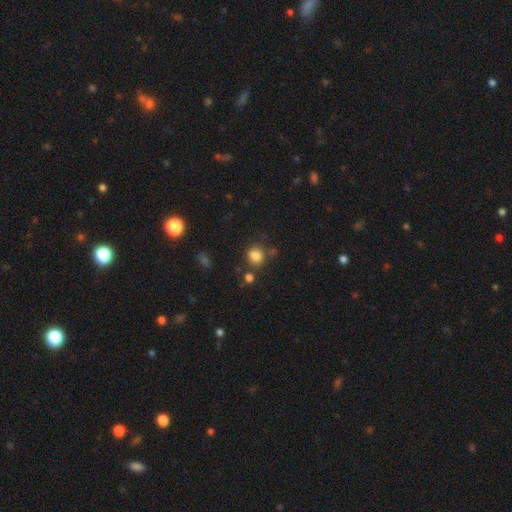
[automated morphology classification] Smooth or featured: smooth — 81% (star or artifact — 13%)
How rounded: round — 77% (in between — 22%)
Merging: none — 70% (minor disturbance — 15%)